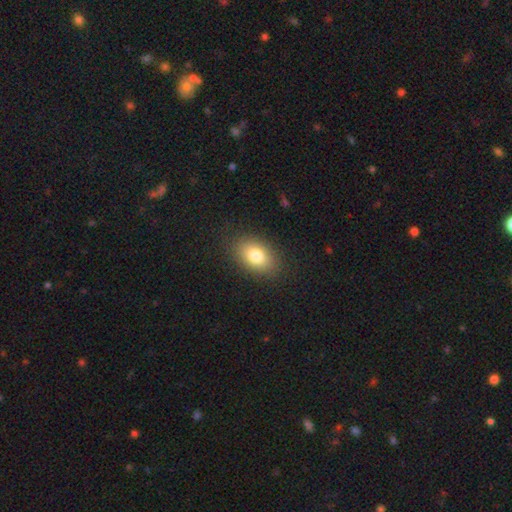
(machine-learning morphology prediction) smooth 80%, featured or disk 11%, star or artifact 9%. Down the decision tree: how rounded — in between (83%); merging — none (86%).